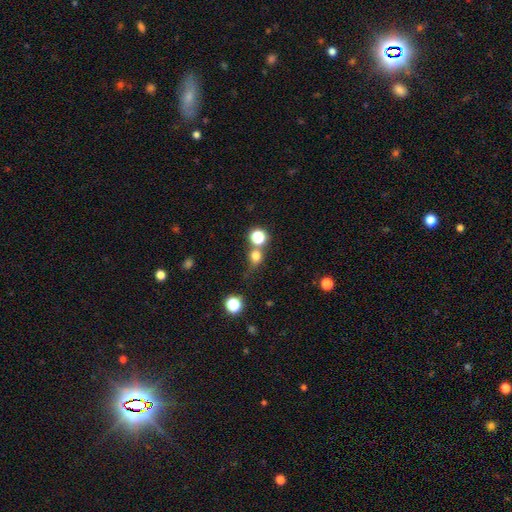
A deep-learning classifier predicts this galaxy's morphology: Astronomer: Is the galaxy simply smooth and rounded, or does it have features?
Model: smooth — 71%.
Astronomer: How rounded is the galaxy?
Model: round — 78%.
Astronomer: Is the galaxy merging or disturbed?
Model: none — 54%.